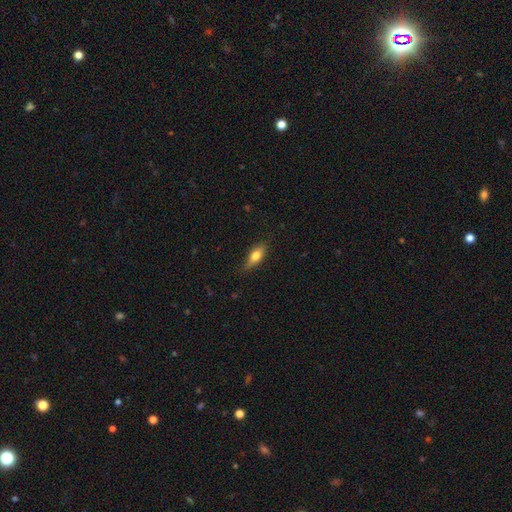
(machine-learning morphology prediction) Smooth or featured? Predicted: smooth (p=0.66). How rounded? Predicted: in between (p=0.65). Merging? Predicted: none (p=0.77).